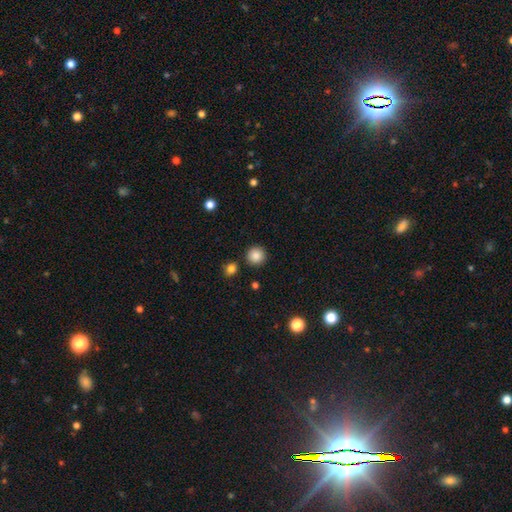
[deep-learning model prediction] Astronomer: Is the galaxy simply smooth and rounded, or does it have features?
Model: smooth — 87%.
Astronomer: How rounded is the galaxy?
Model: round — 95%.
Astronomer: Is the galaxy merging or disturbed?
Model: none — 90%.